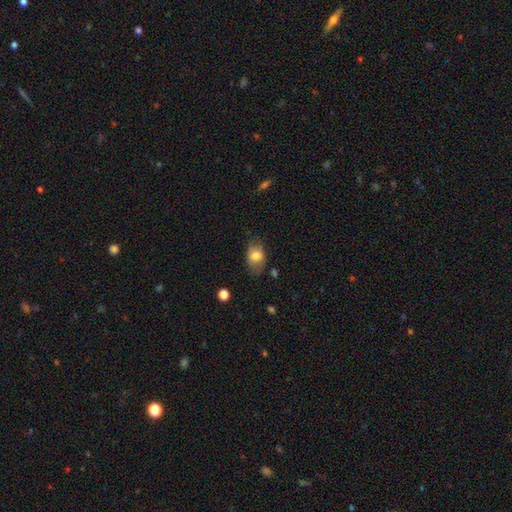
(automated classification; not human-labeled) Smooth or featured: smooth — 76% (featured or disk — 16%)
How rounded: in between — 77% (round — 22%)
Merging: none — 67% (minor disturbance — 24%)